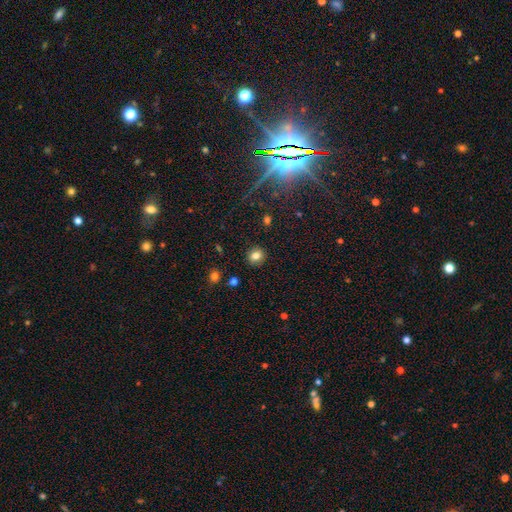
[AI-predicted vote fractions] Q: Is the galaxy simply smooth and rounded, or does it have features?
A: smooth — 81%.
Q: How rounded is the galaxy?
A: round — 81%.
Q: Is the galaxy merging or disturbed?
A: none — 90%.